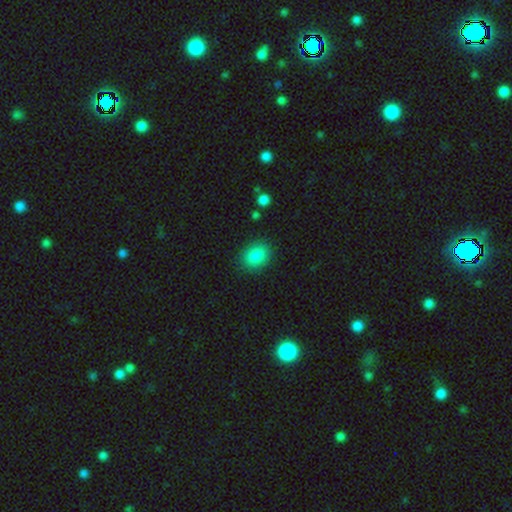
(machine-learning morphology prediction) smooth_or_featured: smooth (p=0.86) [alt: star or artifact p=0.09]
how_rounded: in between (p=0.55) [alt: round p=0.44]
merging: none (p=0.86) [alt: minor disturbance p=0.09]